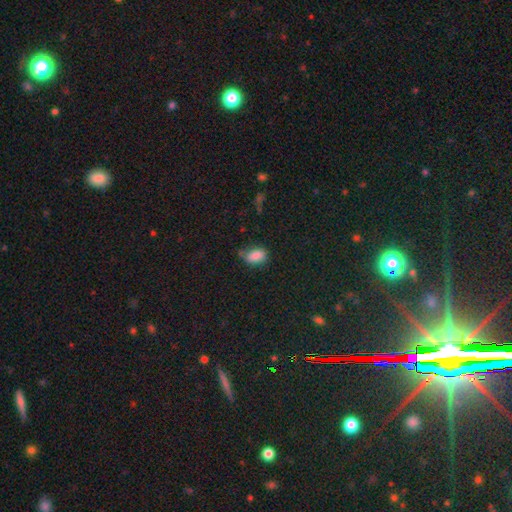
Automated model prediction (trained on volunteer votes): Smooth or featured? Predicted: smooth (p=0.86). How rounded? Predicted: in between (p=0.89). Merging? Predicted: none (p=0.61).